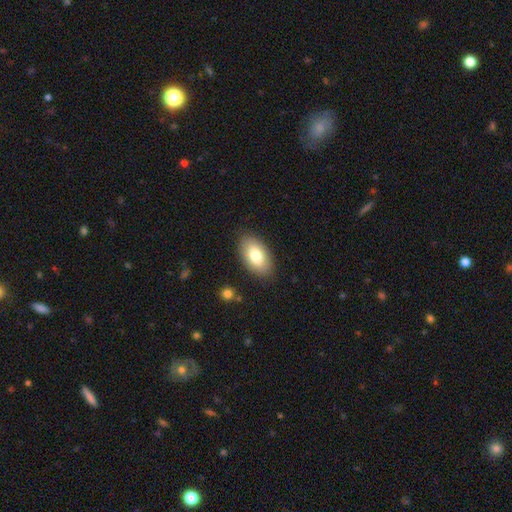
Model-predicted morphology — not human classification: Smooth or featured? smooth (79%)
How rounded? in between (94%)
Merging? none (86%)